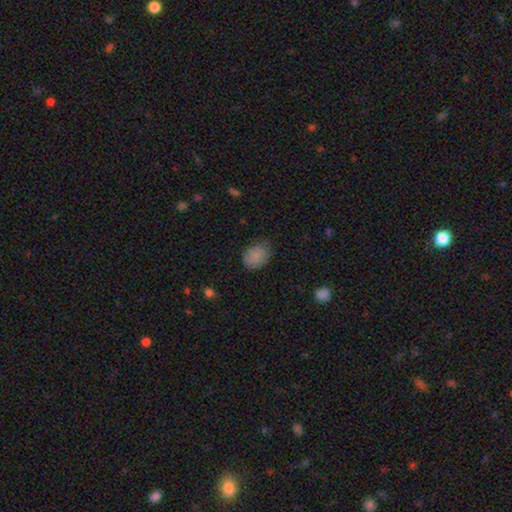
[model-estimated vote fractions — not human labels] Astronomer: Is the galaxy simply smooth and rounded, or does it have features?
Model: smooth — 84%.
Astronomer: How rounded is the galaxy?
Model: in between — 63%.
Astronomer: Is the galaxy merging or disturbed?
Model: none — 65%.